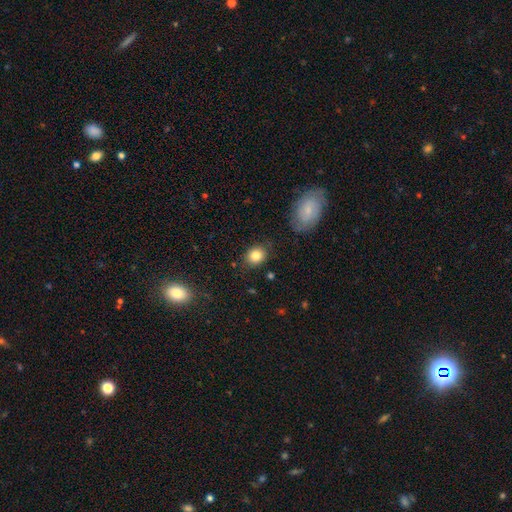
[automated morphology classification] A smooth galaxy with no disk features (84%) that is round (59%).

Vote fractions:
- Smooth or featured? smooth: 84% / star or artifact: 9% / featured or disk: 7%
- How rounded? round: 59% / in between: 40% / cigar-shaped: 1%
- Merging? none: 83% / minor disturbance: 12% / major disturbance: 3% / merger: 2%